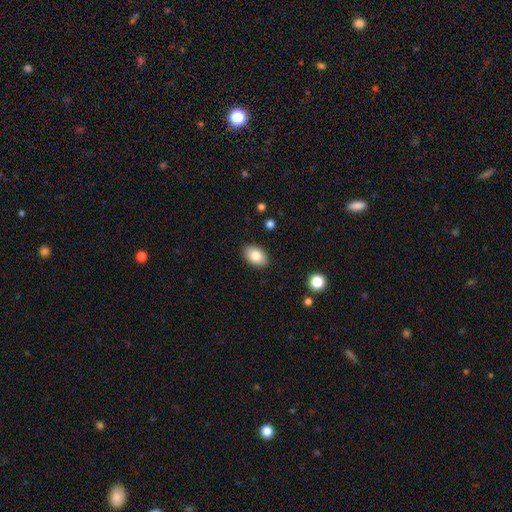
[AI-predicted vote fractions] This appears to be a smooth galaxy with no disk features (83%) that is in between round and cigar-shaped (88%). Merging: none (88%).